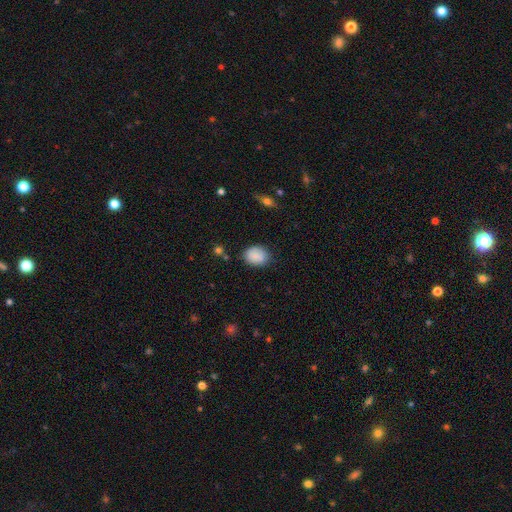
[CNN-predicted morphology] A smooth galaxy with no disk features (87%) that is in between round and cigar-shaped (60%). Merging: none (77%).